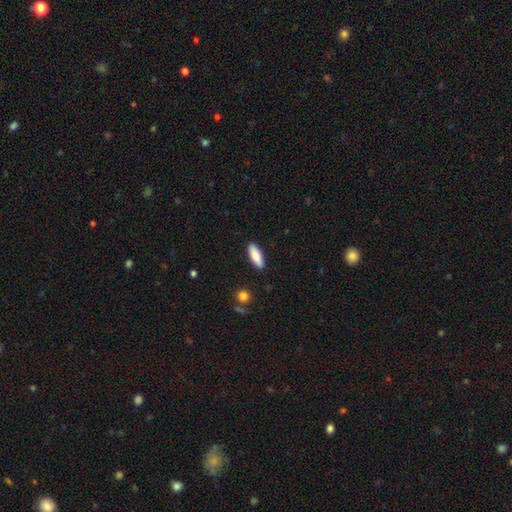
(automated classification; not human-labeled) smooth 85%, featured or disk 10%, star or artifact 6%. Down the decision tree: how rounded — in between (62%); merging — none (89%).